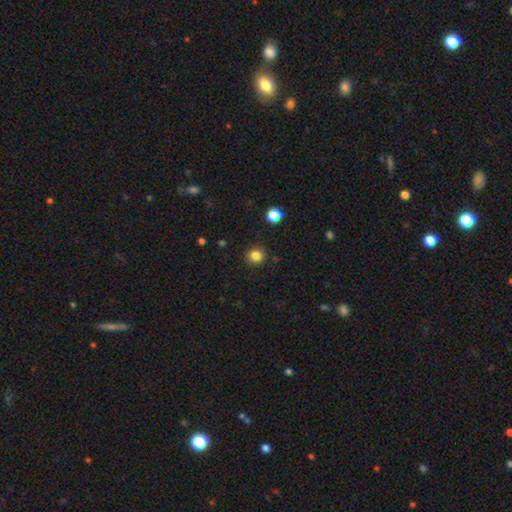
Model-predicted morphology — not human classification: A smooth galaxy with no disk features (83%) that is round (87%). Merging: none (89%).